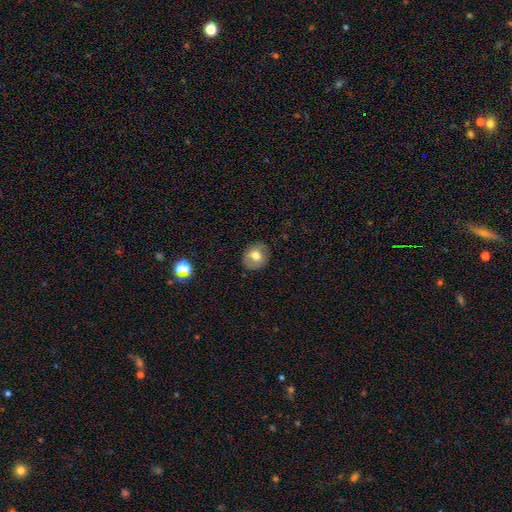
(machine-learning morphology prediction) A smooth galaxy with no disk features (66%) that is round (76%). Merging: none (86%).